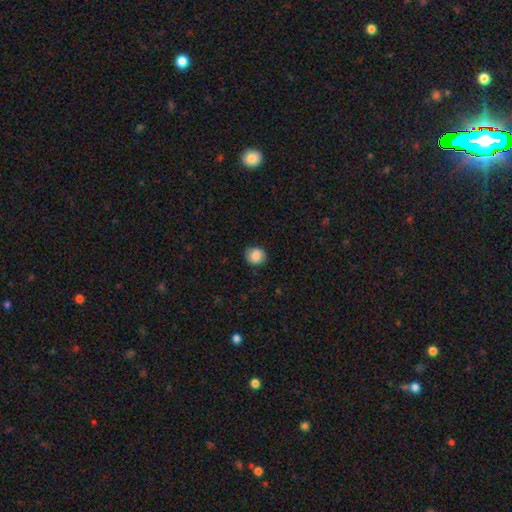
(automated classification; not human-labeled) The model was most divided on "how rounded": round: 81%, in between: 18%, cigar-shaped: 1%. More confident: smooth or featured — smooth (86%); merging — none (85%).